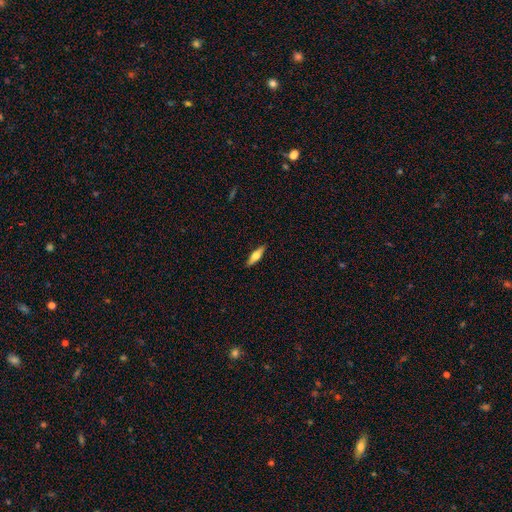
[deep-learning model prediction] Overall: smooth (54%; featured or disk 40%). How rounded: cigar-shaped (58%; in between 40%). Merging: none (89%).